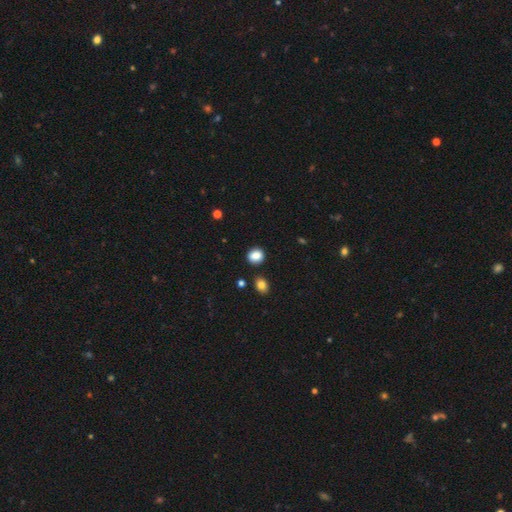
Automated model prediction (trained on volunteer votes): Smooth or featured? Predicted: smooth (p=0.86). How rounded? Predicted: round (p=0.66). Merging? Predicted: none (p=0.85).